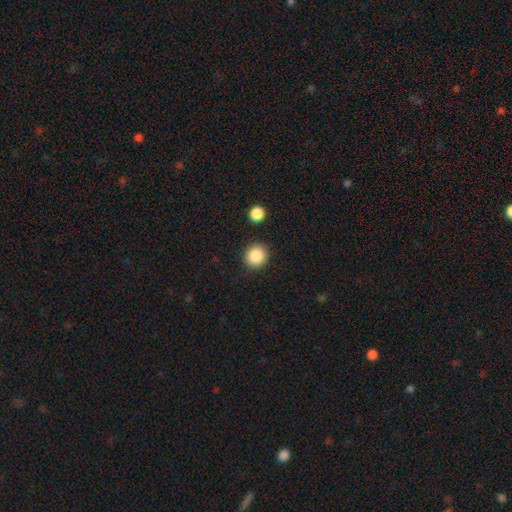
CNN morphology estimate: smooth_or_featured: smooth (p=0.86) [alt: star or artifact p=0.09]
how_rounded: round (p=0.88) [alt: in between p=0.11]
merging: none (p=0.88) [alt: minor disturbance p=0.07]